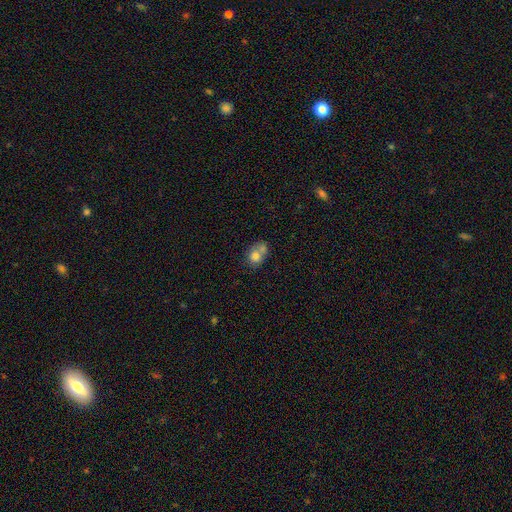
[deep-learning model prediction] smooth 72%, featured or disk 18%, star or artifact 10%. Down the decision tree: how rounded — in between (50%); merging — merger (50%).